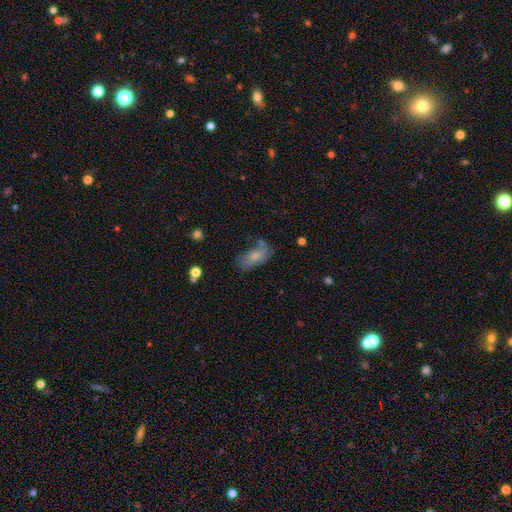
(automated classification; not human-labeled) This is likely a smooth galaxy (60%). How rounded: likely in between (80%). Merging: marginally none (44%).